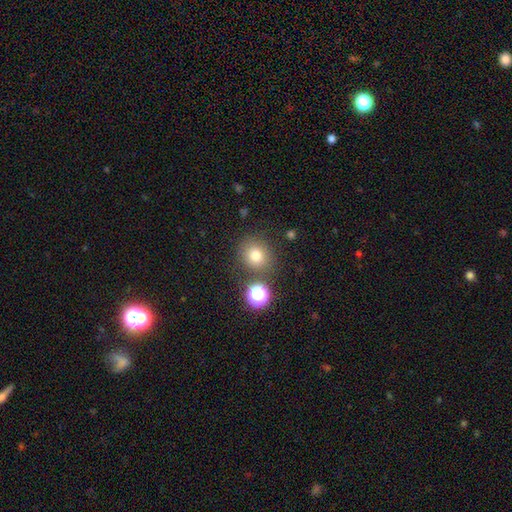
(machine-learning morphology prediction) Smooth or featured: smooth — 77% (star or artifact — 15%)
How rounded: round — 78% (in between — 21%)
Merging: none — 78% (minor disturbance — 11%)